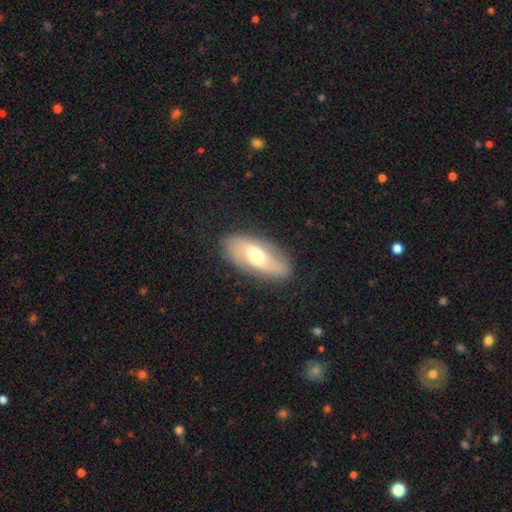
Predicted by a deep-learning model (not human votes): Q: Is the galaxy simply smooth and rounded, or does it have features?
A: featured or disk — 56%.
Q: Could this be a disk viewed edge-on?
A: no — 86%.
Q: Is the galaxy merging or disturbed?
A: none — 82%.